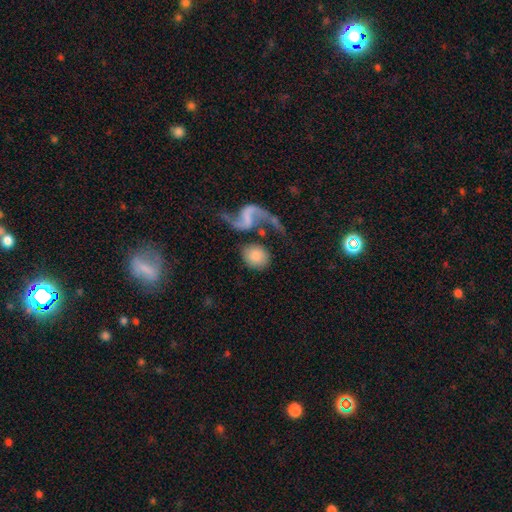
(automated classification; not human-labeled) Smooth or featured?
  - smooth: 60% *
  - featured or disk: 33%
  - star or artifact: 7%
How rounded?
  - round: 71% *
  - in between: 27%
  - cigar-shaped: 2%
Merging?
  - none: 49% *
  - merger: 27%
  - minor disturbance: 13%
  - major disturbance: 11%